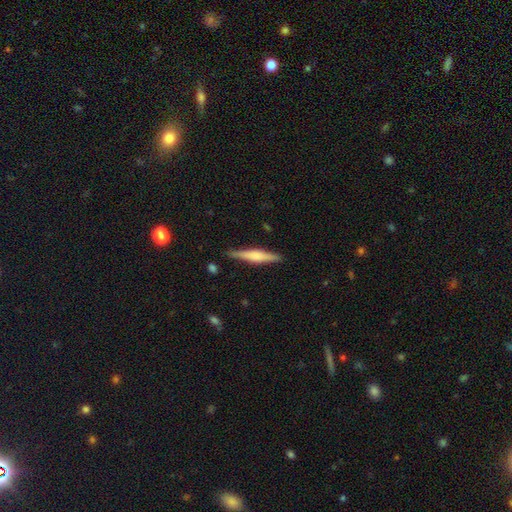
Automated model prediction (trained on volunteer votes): A featured or disk galaxy (53%) viewed edge-on (97%) with a rounded central bulge (61%). Merging: none (88%).